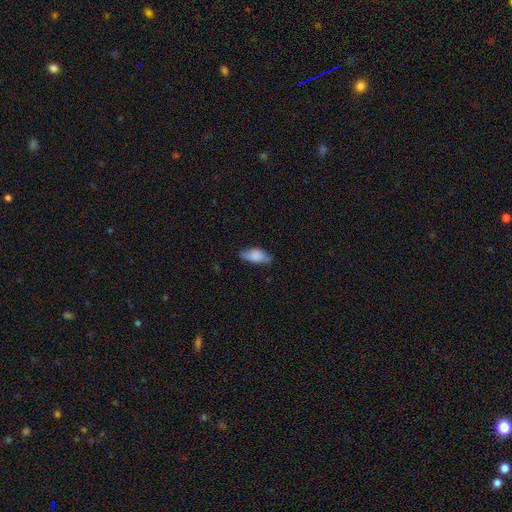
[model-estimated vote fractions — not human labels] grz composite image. It shows a smooth galaxy with no disk features (79%) that is in between round and cigar-shaped (87%). Merging: none (68%).